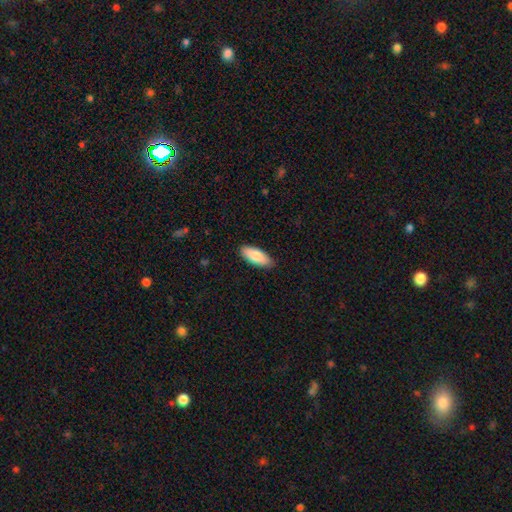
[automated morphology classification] This appears to be a smooth galaxy with no disk features (83%) that is in between round and cigar-shaped (82%). Merging: none (88%).